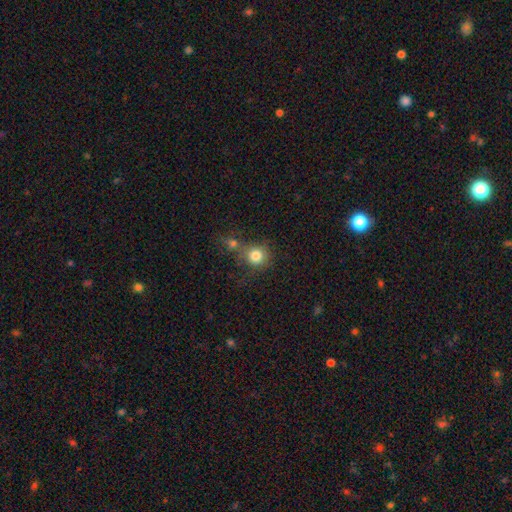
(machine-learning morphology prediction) Smooth or featured?
  - smooth: 81% *
  - star or artifact: 11%
  - featured or disk: 8%
How rounded?
  - round: 89% *
  - in between: 10%
  - cigar-shaped: 1%
Merging?
  - none: 52% *
  - merger: 29%
  - minor disturbance: 12%
  - major disturbance: 6%